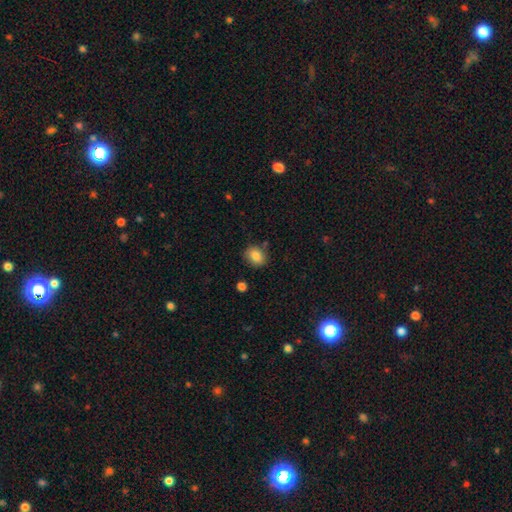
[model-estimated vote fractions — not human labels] Smooth or featured?
  - smooth: 84% *
  - star or artifact: 9%
  - featured or disk: 7%
How rounded?
  - round: 56% *
  - in between: 43%
  - cigar-shaped: 1%
Merging?
  - none: 81% *
  - minor disturbance: 13%
  - merger: 4%
  - major disturbance: 3%